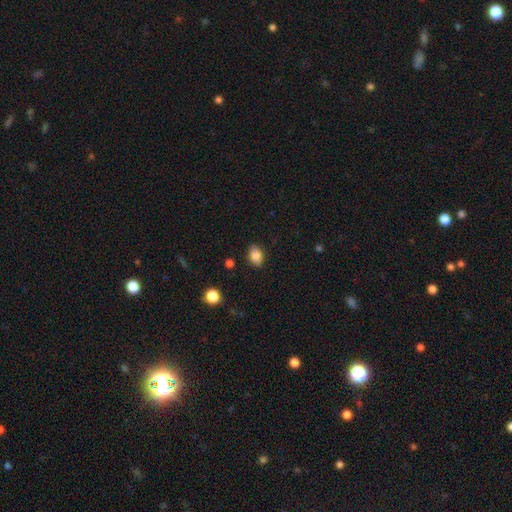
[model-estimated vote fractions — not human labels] The model was most divided on "how rounded": in between: 74%, round: 25%, cigar-shaped: 2%. More confident: smooth or featured — smooth (82%); merging — none (82%).